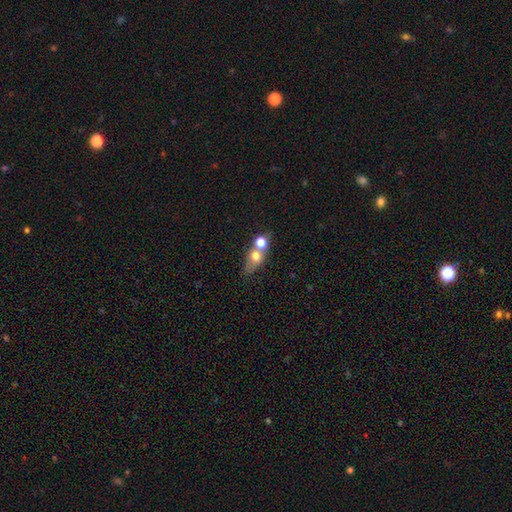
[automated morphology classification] Q: Smooth or featured?
A: smooth (65%); runner-up: featured or disk (23%)
Q: How rounded?
A: in between (49%); runner-up: round (43%)
Q: Merging?
A: merger (58%); runner-up: none (27%)